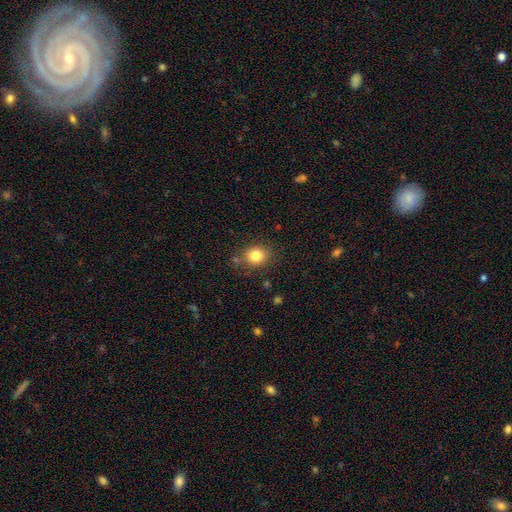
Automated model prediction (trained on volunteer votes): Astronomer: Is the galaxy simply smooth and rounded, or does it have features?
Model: smooth — 82%.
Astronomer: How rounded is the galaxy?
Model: round — 68%.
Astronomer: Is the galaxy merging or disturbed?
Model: none — 80%.